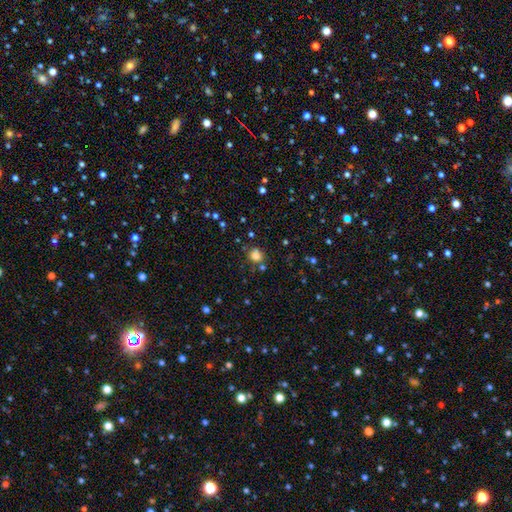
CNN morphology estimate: type=smooth (78%); roundness=round (85%); merging=none (75%).